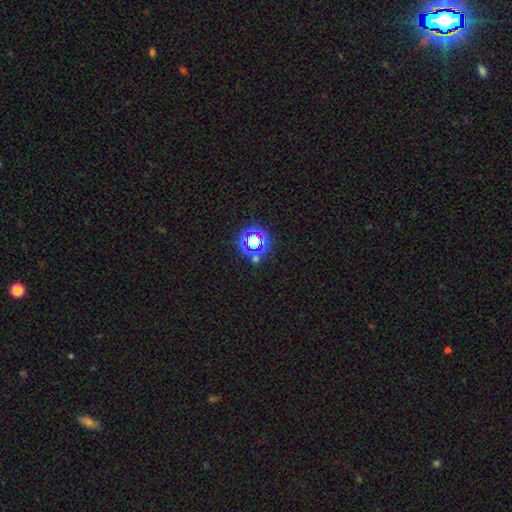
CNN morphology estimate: star or artifact 72%, smooth 18%, featured or disk 10%.